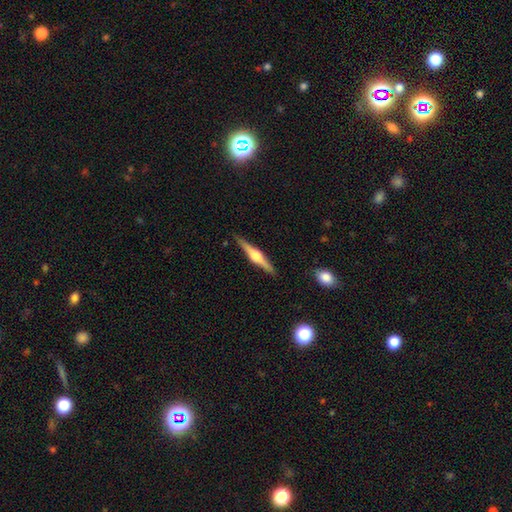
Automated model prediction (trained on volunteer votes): A featured or disk galaxy (77%) viewed edge-on (98%) with a rounded central bulge (91%).

Vote fractions:
- Smooth or featured? featured or disk: 77% / smooth: 18% / star or artifact: 5%
- Edge-on disk? yes: 98% / no: 2%
- Edge-on bulge? rounded: 91% / boxy: 7% / none: 2%
- Merging? none: 90% / minor disturbance: 7% / major disturbance: 1% / merger: 1%